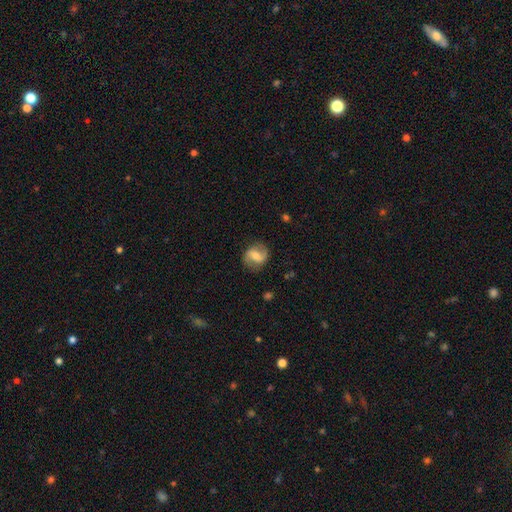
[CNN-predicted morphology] A featured or disk galaxy (61%) with a weak bar (45%), 2 (87%) medium (41%, tied with loose) spiral arms (86%) and a moderate central bulge (54%). Merging: none (79%).